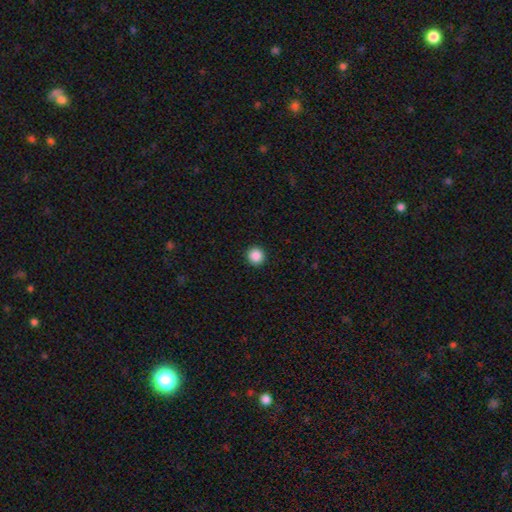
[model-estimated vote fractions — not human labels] smooth-or-featured: smooth: 87% | star or artifact: 10% | featured or disk: 3%
  how-rounded: round: 95% | in between: 4% | cigar-shaped: 1%
  merging: none: 93% | minor disturbance: 4% | major disturbance: 1% | merger: 1%